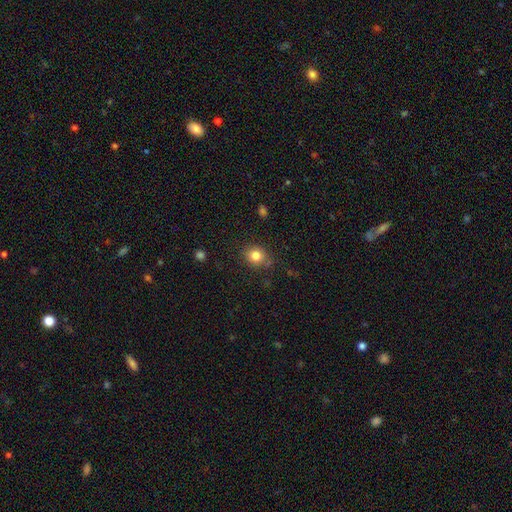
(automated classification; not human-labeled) Smooth or featured: smooth — 82% (star or artifact — 11%)
How rounded: round — 75% (in between — 24%)
Merging: none — 81% (minor disturbance — 13%)